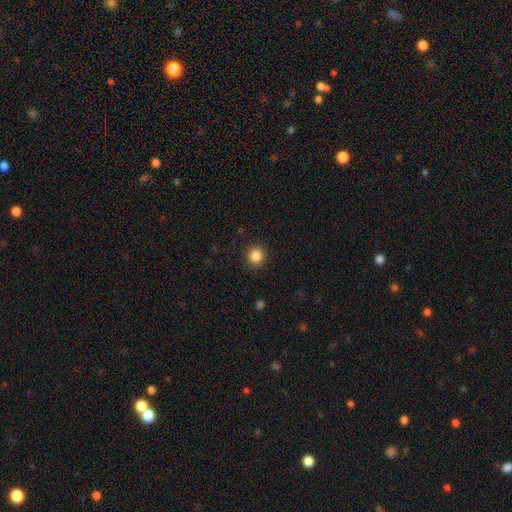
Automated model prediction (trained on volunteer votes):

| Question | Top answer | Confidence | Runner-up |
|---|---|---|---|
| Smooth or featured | smooth | 86% | star or artifact (10%) |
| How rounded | round | 92% | in between (7%) |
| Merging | none | 91% | minor disturbance (6%) |